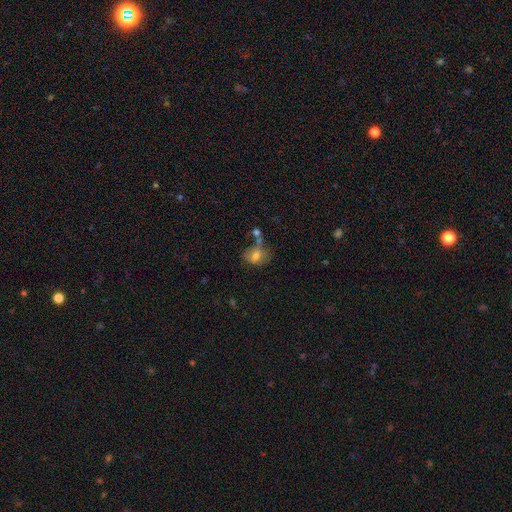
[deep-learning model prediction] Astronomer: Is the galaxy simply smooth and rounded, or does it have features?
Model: smooth — 70%.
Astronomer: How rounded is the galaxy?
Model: in between — 56% (runner-up: round, 42%).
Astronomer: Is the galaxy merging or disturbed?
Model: none — 38% (runner-up: minor disturbance, 24%).